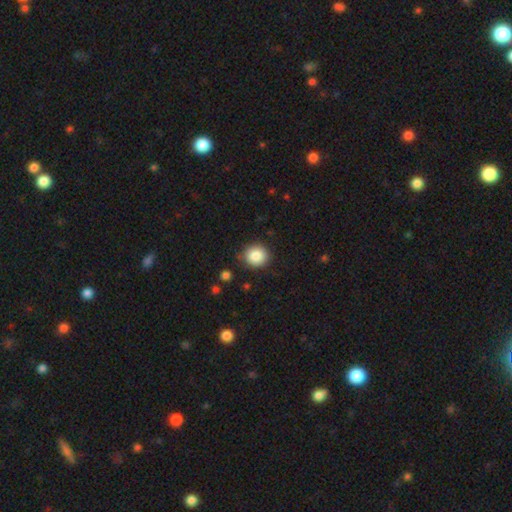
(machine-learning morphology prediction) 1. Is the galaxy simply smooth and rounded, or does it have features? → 86% smooth, 9% star or artifact, 5% featured or disk.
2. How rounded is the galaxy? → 88% round, 11% in between, 1% cigar-shaped.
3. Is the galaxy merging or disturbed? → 88% none, 8% minor disturbance, 2% major disturbance, 2% merger.